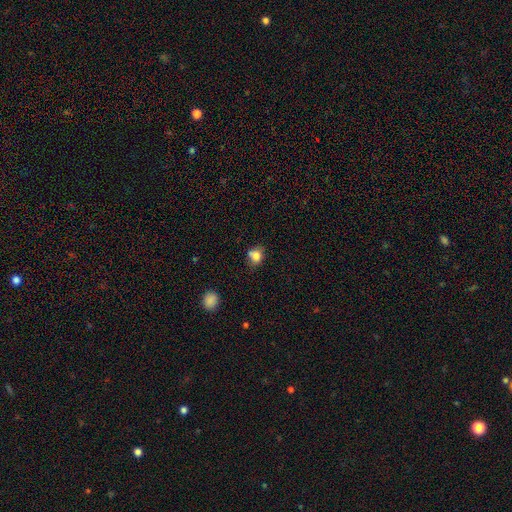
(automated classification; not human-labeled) Smooth or featured? smooth (79%)
How rounded? round (62%)
Merging? none (54%)